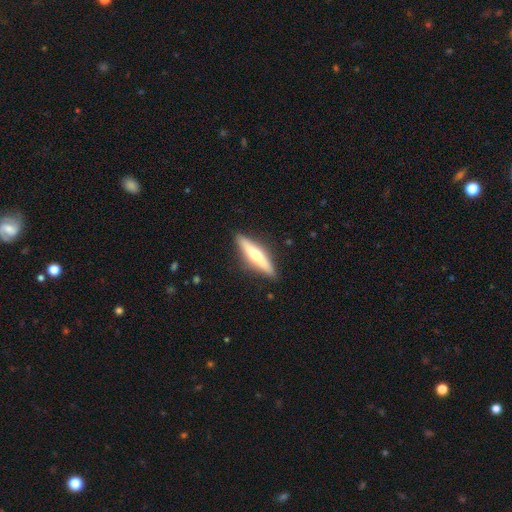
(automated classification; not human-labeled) smooth_or_featured: featured or disk (p=0.53) [alt: smooth p=0.42]
disk_edge_on: yes (p=0.93) [alt: no p=0.07]
merging: none (p=0.88) [alt: minor disturbance p=0.08]